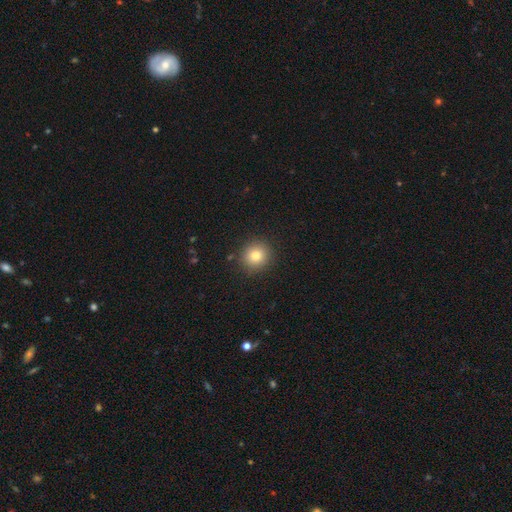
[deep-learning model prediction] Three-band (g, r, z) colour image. It shows a smooth galaxy with no disk features (79%) that is round (91%). Merging: none (90%).